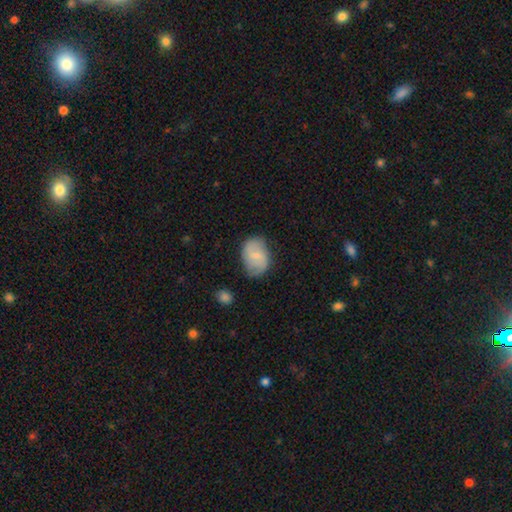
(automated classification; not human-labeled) A smooth galaxy with no disk features (47%). Merging: none (67%).